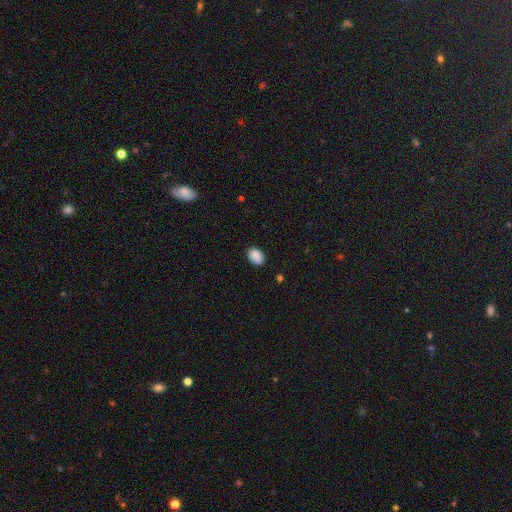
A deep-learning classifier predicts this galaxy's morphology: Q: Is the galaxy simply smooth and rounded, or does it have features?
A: smooth — 89%.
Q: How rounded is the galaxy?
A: in between — 81%.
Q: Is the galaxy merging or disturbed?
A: none — 84%.